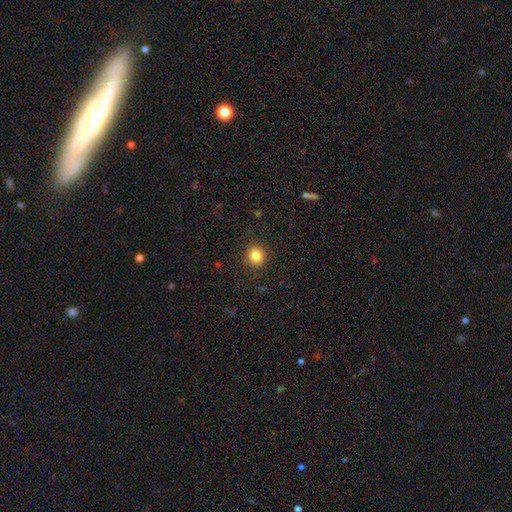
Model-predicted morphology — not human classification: smooth 84%, star or artifact 11%, featured or disk 5%. Down the decision tree: how rounded — round (84%); merging — none (89%).